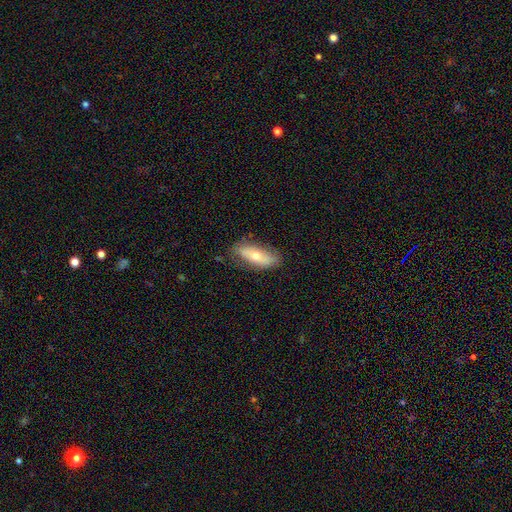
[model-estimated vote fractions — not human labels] Q: Smooth or featured?
A: smooth (55%); runner-up: featured or disk (38%)
Q: How rounded?
A: in between (68%); runner-up: cigar-shaped (29%)
Q: Merging?
A: none (79%); runner-up: minor disturbance (16%)